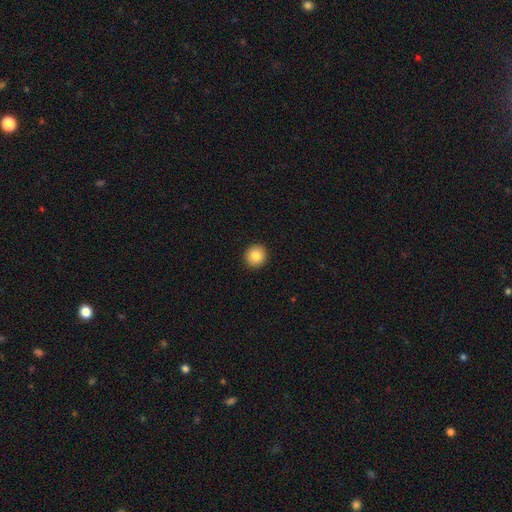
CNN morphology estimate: type=smooth (86%); roundness=round (94%); merging=none (93%).